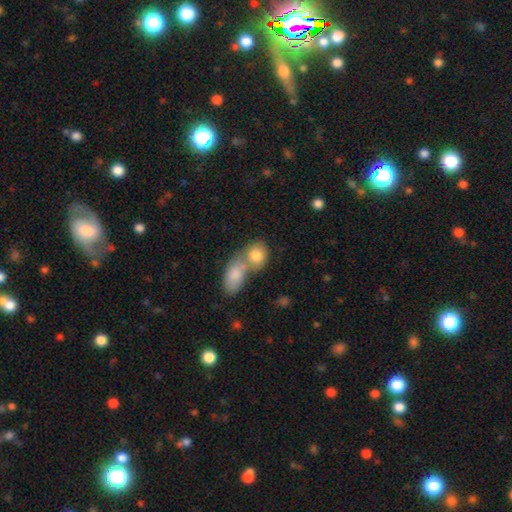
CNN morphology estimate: smooth_or_featured: smooth (p=0.81) [alt: featured or disk p=0.12]
how_rounded: in between (p=0.59) [alt: round p=0.39]
merging: merger (p=0.62) [alt: none p=0.27]